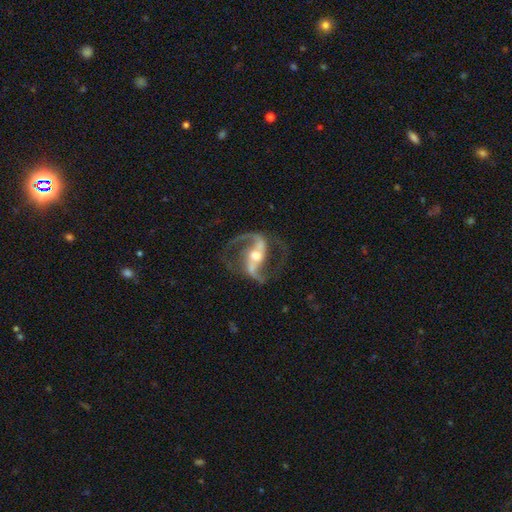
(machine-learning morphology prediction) Smooth or featured?
  - featured or disk: 92% *
  - star or artifact: 5%
  - smooth: 3%
Edge-on disk?
  - no: 97% *
  - yes: 3%
Bar?
  - strong: 56% *
  - weak: 30%
  - no: 14%
Spiral arms?
  - yes: 97% *
  - no: 3%
Spiral winding?
  - medium: 55% *
  - loose: 36%
  - tight: 9%
Spiral arm count?
  - 2: 93% *
  - can't tell: 2%
  - 1: 2%
  - 3: 1%
  - 4: 1%
  - more than 4: 1%
Bulge size?
  - moderate: 63% *
  - small: 25%
  - large: 9%
  - none: 2%
  - dominant: 1%
Merging?
  - none: 74% *
  - minor disturbance: 13%
  - major disturbance: 11%
  - merger: 2%